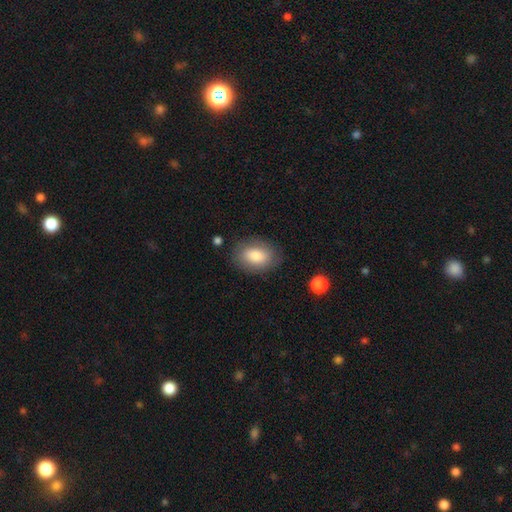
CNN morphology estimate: smooth-or-featured: smooth: 81% | featured or disk: 11% | star or artifact: 7%
  how-rounded: in between: 79% | round: 19% | cigar-shaped: 1%
  merging: none: 81% | minor disturbance: 13% | major disturbance: 4% | merger: 2%